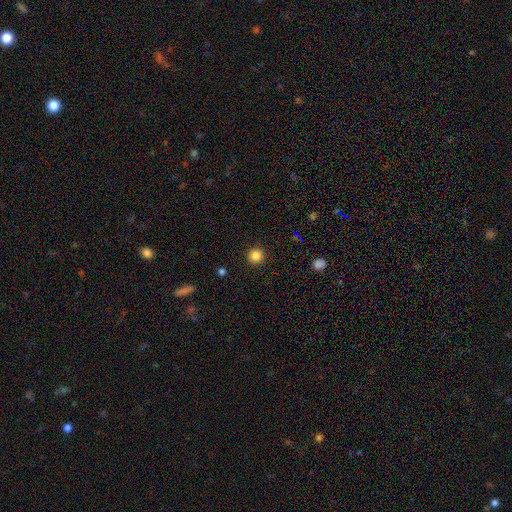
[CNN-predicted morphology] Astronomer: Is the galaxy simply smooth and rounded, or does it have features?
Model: smooth — 85%.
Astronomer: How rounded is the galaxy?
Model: round — 95%.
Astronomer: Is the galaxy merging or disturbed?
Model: none — 92%.